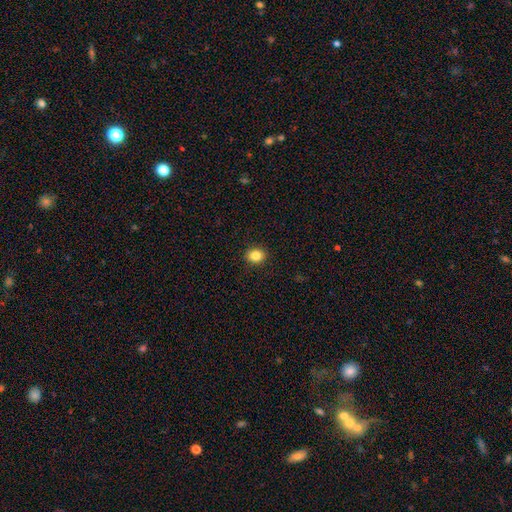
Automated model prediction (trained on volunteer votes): This appears to be a smooth galaxy with no disk features (85%) that is round (59%). Merging: none (91%).